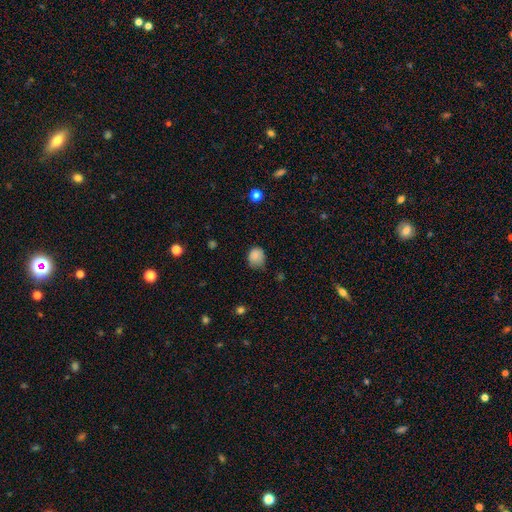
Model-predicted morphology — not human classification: A smooth galaxy with no disk features (84%) that is round (64%). Merging: none (57%).